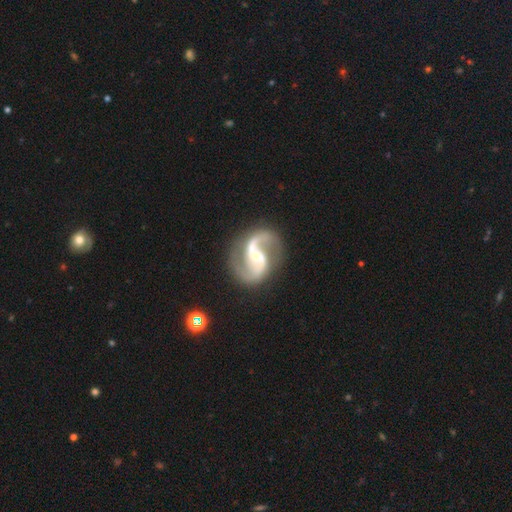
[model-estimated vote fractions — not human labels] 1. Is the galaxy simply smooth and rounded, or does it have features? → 92% featured or disk, 4% star or artifact, 3% smooth.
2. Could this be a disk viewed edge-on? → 98% no, 2% yes.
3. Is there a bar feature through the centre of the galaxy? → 49% weak, 26% no, 25% strong.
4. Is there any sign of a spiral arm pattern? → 98% yes, 2% no.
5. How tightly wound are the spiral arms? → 48% medium, 44% loose, 8% tight.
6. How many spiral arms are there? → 94% 2, 2% 1, 1% can't tell, 1% 3, 1% 4, 1% more than 4.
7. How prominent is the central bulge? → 53% small, 25% moderate, 18% none, 3% large, 1% dominant.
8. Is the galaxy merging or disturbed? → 76% none, 13% minor disturbance, 8% major disturbance, 3% merger.